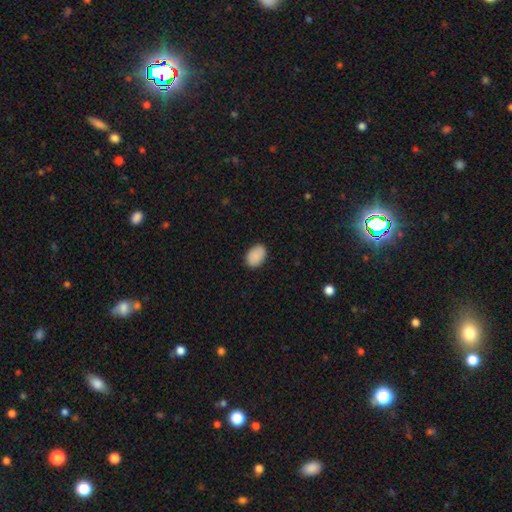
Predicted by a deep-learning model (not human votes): Smooth or featured?
  - smooth: 90% *
  - star or artifact: 7%
  - featured or disk: 3%
How rounded?
  - in between: 87% *
  - round: 12%
  - cigar-shaped: 1%
Merging?
  - none: 87% *
  - minor disturbance: 10%
  - major disturbance: 2%
  - merger: 1%